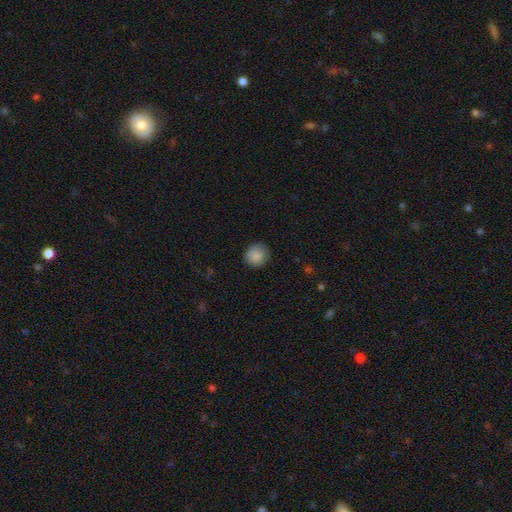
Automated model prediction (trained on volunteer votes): This is clearly a smooth galaxy (87%). How rounded: clearly round (89%). Merging: clearly none (83%).